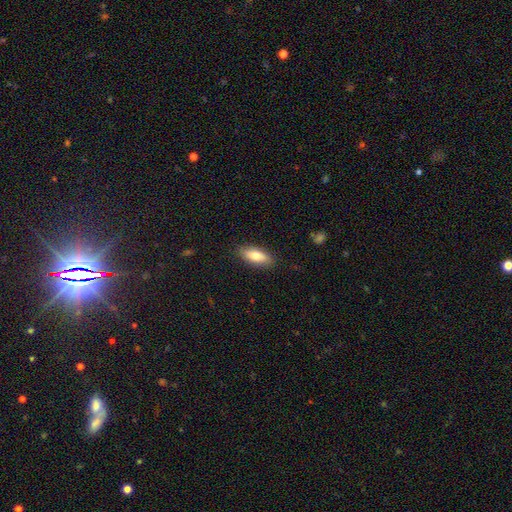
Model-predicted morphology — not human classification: A smooth galaxy with no disk features (76%) that is in between round and cigar-shaped (80%). Merging: none (87%).